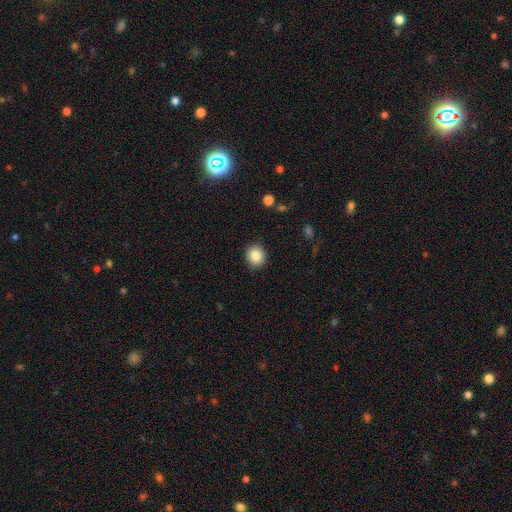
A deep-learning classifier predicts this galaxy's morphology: smooth 83%, star or artifact 10%, featured or disk 7%. Down the decision tree: how rounded — round (86%); merging — none (90%).